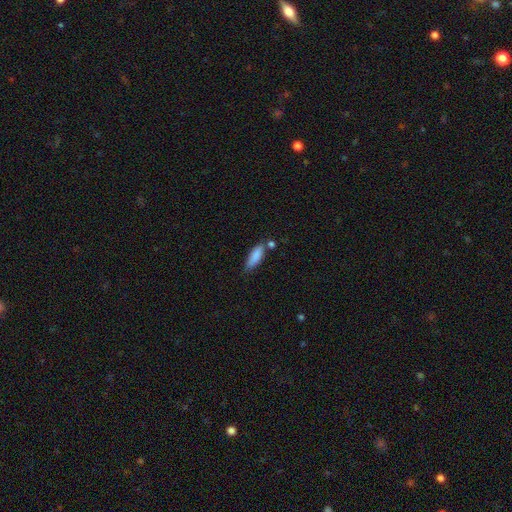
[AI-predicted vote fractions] This is clearly a smooth galaxy (85%). How rounded: possibly in between (59%). Merging: possibly none (60%).